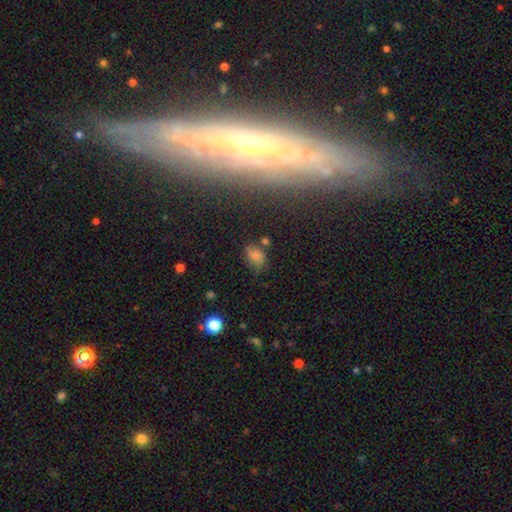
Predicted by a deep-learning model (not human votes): smooth_or_featured: smooth (p=0.72) [alt: star or artifact p=0.17]
how_rounded: in between (p=0.76) [alt: round p=0.22]
merging: none (p=0.56) [alt: minor disturbance p=0.27]